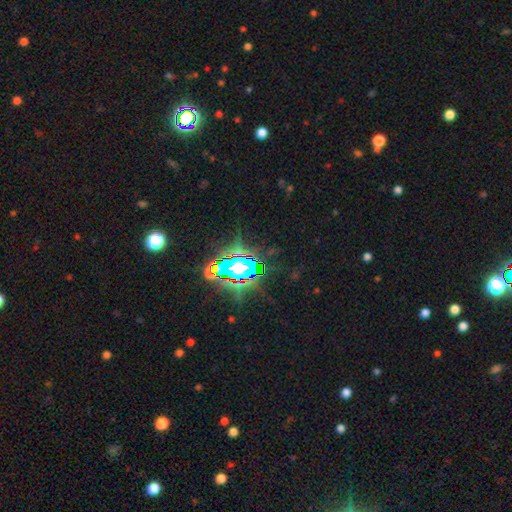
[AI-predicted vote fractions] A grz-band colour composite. It shows a star or artifact, not a galaxy (82%).